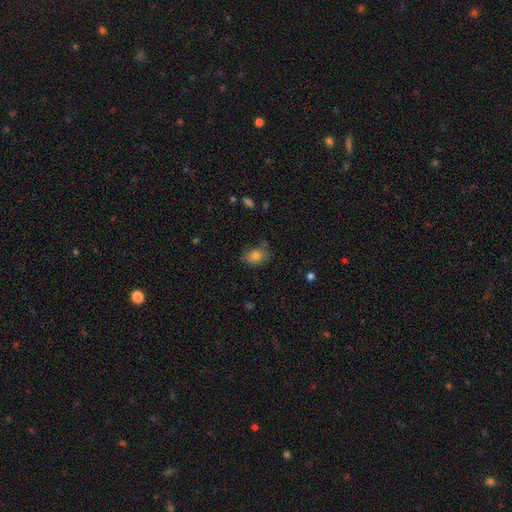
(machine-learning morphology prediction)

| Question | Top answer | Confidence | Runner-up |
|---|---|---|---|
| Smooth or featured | smooth | 79% | featured or disk (11%) |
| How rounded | in between | 67% | round (32%) |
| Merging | none | 67% | minor disturbance (24%) |